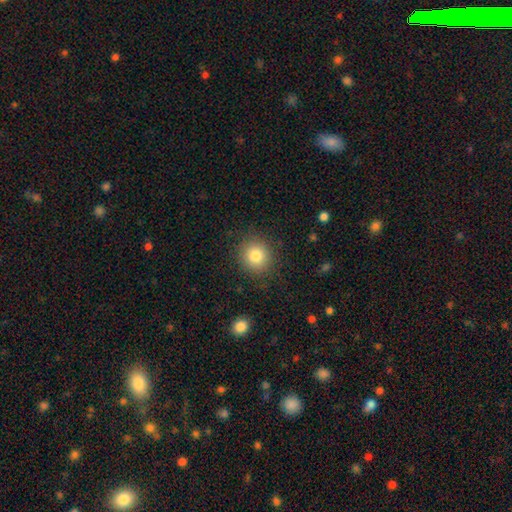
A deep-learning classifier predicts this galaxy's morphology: smooth 81%, star or artifact 11%, featured or disk 8%. Down the decision tree: how rounded — round (89%); merging — none (87%).